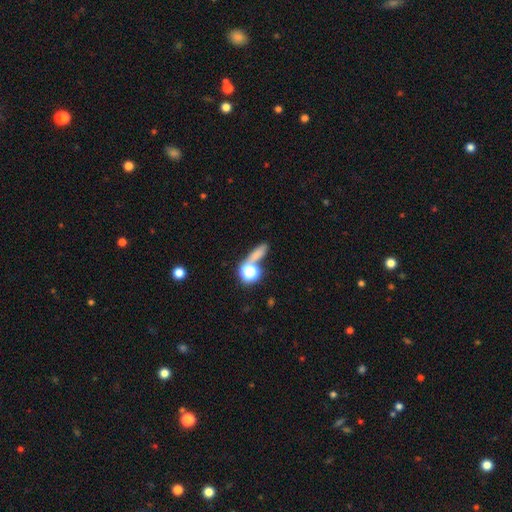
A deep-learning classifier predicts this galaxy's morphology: This is likely a smooth galaxy (65%). How rounded: marginally in between (38%). Merging: possibly none (54%).